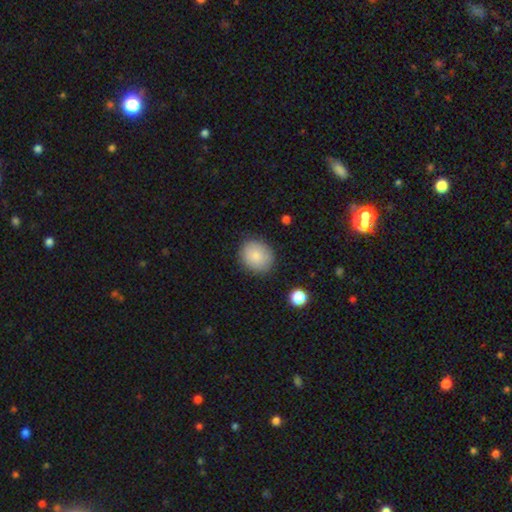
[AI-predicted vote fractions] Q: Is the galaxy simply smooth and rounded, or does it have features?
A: smooth — 82%.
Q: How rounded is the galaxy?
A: round — 71%.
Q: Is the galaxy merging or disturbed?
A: none — 85%.